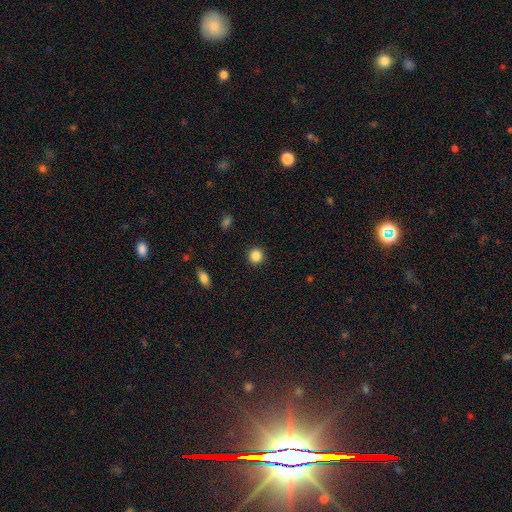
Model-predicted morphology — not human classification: A smooth galaxy with no disk features (86%) that is round (92%).

Vote fractions:
- Smooth or featured? smooth: 86% / star or artifact: 10% / featured or disk: 4%
- How rounded? round: 92% / in between: 7% / cigar-shaped: 1%
- Merging? none: 92% / minor disturbance: 5% / major disturbance: 2% / merger: 1%